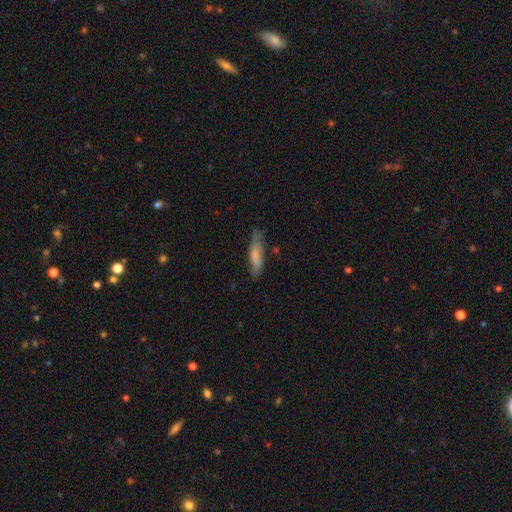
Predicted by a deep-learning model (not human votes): Smooth or featured: smooth — 66% (featured or disk — 27%)
How rounded: cigar-shaped — 70% (in between — 28%)
Merging: none — 67% (minor disturbance — 24%)